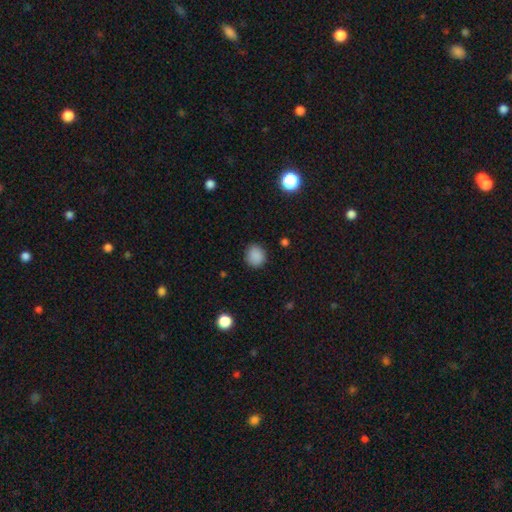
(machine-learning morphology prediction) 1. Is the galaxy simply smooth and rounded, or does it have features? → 87% smooth, 10% star or artifact, 3% featured or disk.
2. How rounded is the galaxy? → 84% round, 15% in between, 1% cigar-shaped.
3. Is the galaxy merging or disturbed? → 87% none, 9% minor disturbance, 2% major disturbance, 1% merger.